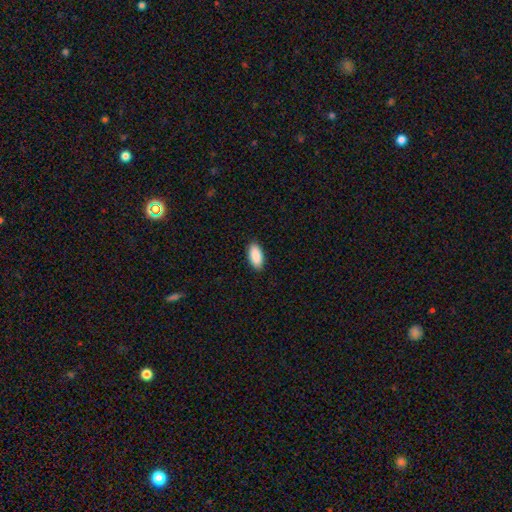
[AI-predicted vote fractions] Smooth or featured: smooth — 91% (star or artifact — 6%)
How rounded: in between — 92% (cigar-shaped — 6%)
Merging: none — 89% (minor disturbance — 8%)